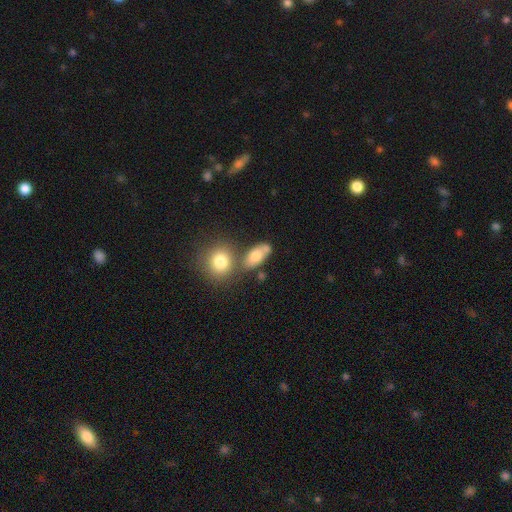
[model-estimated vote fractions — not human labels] smooth-or-featured: smooth: 72% | featured or disk: 18% | star or artifact: 11%
  how-rounded: in between: 76% | round: 16% | cigar-shaped: 8%
  merging: none: 55% | merger: 24% | minor disturbance: 15% | major disturbance: 6%